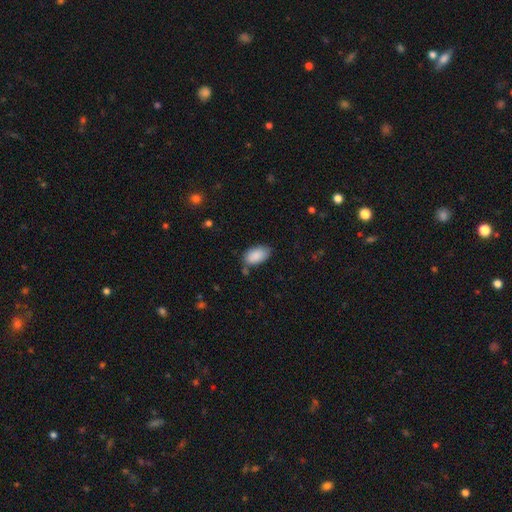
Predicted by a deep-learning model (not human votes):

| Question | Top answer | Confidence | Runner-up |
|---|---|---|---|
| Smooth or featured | smooth | 88% | star or artifact (7%) |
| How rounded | in between | 94% | round (4%) |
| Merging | none | 68% | minor disturbance (23%) |